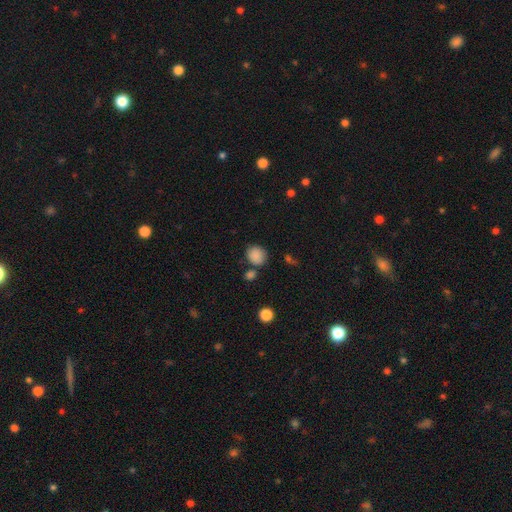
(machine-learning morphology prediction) A smooth galaxy with no disk features (86%) that is round (77%). Merging: none (72%).